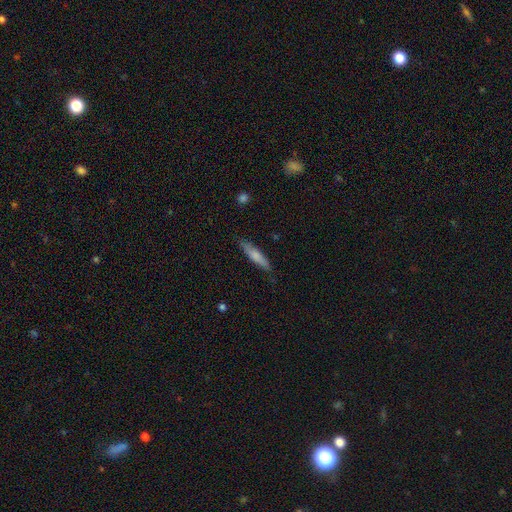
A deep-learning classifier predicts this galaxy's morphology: The model was most divided on "smooth or featured": smooth: 71%, featured or disk: 24%, star or artifact: 6%. More confident: merging — none (82%); how rounded — cigar-shaped (80%).